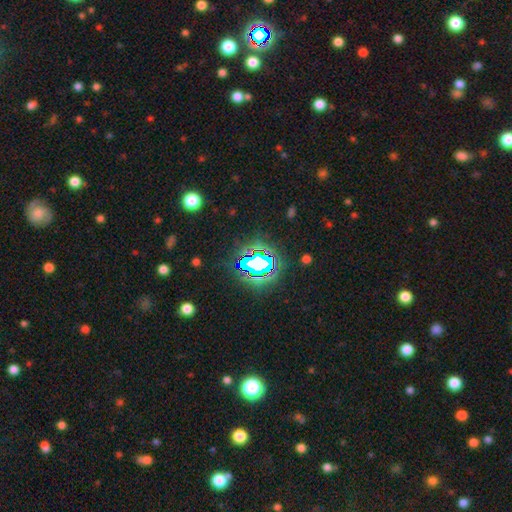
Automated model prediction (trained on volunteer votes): Smooth or featured: star or artifact — 69% (smooth — 19%)